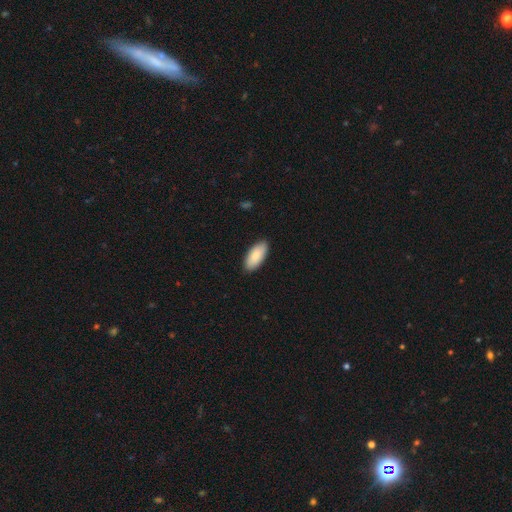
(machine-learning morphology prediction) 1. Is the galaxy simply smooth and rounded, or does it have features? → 87% smooth, 8% featured or disk, 5% star or artifact.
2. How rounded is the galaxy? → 91% in between, 7% cigar-shaped, 2% round.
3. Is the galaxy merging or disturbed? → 89% none, 9% minor disturbance, 2% major disturbance, 1% merger.